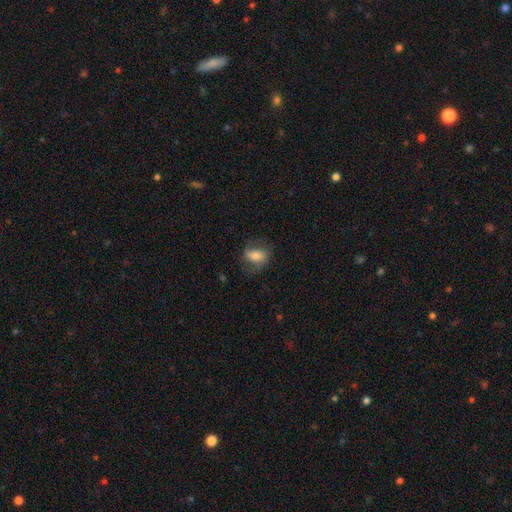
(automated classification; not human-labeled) Smooth or featured? smooth (53%)
How rounded? in between (68%)
Merging? none (66%)